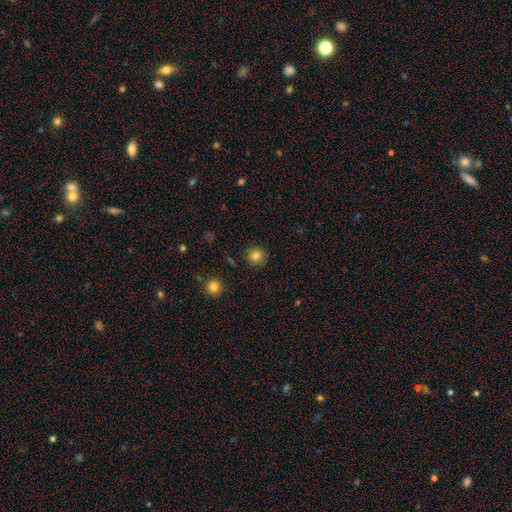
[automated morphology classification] smooth 82%, star or artifact 12%, featured or disk 6%. Down the decision tree: how rounded — round (93%); merging — none (90%).